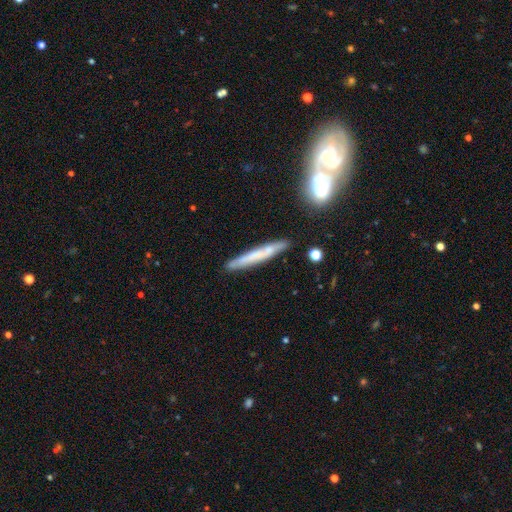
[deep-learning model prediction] Smooth or featured? Predicted: smooth (p=0.50). Merging? Predicted: none (p=0.81).